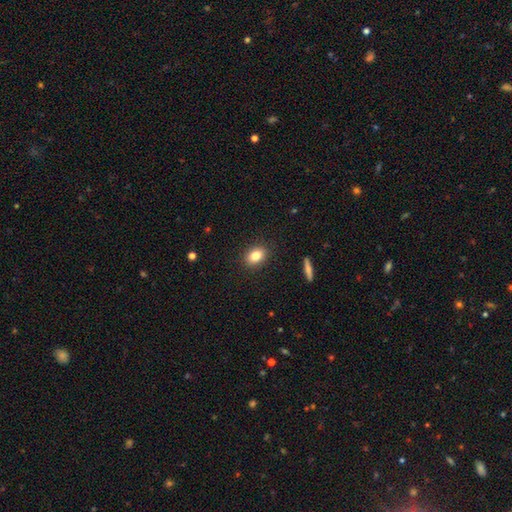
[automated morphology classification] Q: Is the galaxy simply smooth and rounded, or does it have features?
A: smooth — 82%.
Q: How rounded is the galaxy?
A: in between — 75%.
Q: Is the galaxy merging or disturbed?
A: none — 89%.